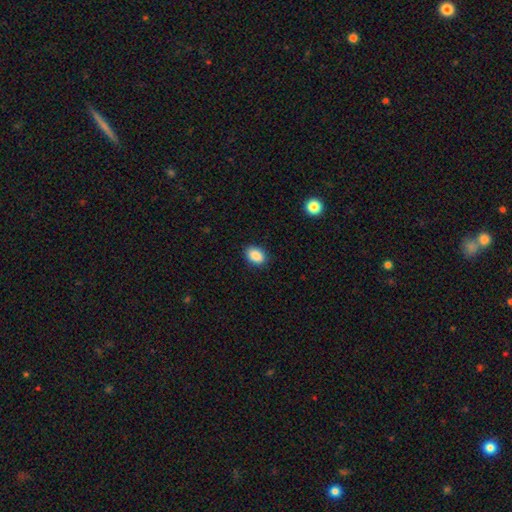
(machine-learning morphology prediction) The model was most divided on "how rounded": in between: 82%, round: 17%, cigar-shaped: 1%. More confident: smooth or featured — smooth (89%); merging — none (88%).